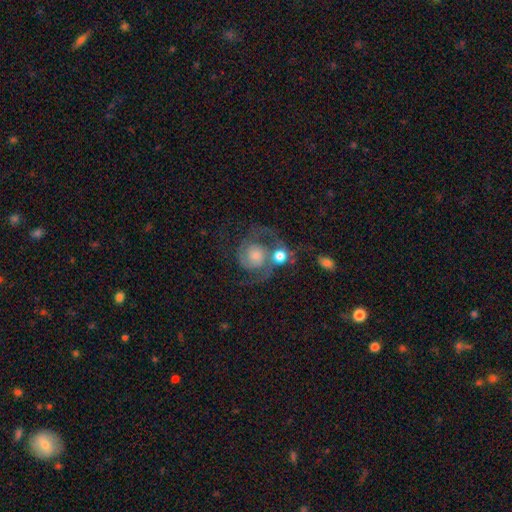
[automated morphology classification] Smooth or featured?
  - featured or disk: 84% *
  - smooth: 9%
  - star or artifact: 7%
Edge-on disk?
  - no: 98% *
  - yes: 2%
Bar?
  - no: 76% *
  - weak: 19%
  - strong: 4%
Spiral arms?
  - yes: 97% *
  - no: 3%
Spiral winding?
  - medium: 45% *
  - tight: 42%
  - loose: 13%
Spiral arm count?
  - 2: 86% *
  - 1: 5%
  - can't tell: 4%
  - 3: 3%
  - 4: 1%
  - more than 4: 1%
Bulge size?
  - small: 43% *
  - moderate: 42%
  - large: 7%
  - none: 6%
  - dominant: 2%
Merging?
  - none: 53% *
  - merger: 22%
  - minor disturbance: 13%
  - major disturbance: 12%